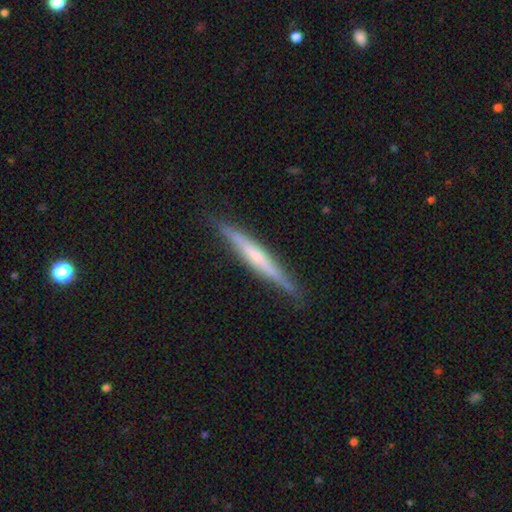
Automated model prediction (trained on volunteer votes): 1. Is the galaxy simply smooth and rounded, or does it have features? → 61% featured or disk, 33% smooth, 6% star or artifact.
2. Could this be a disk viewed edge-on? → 97% yes, 3% no.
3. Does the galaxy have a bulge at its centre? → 49% none, 37% rounded, 14% boxy.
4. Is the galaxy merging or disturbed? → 87% none, 10% minor disturbance, 2% major disturbance, 1% merger.